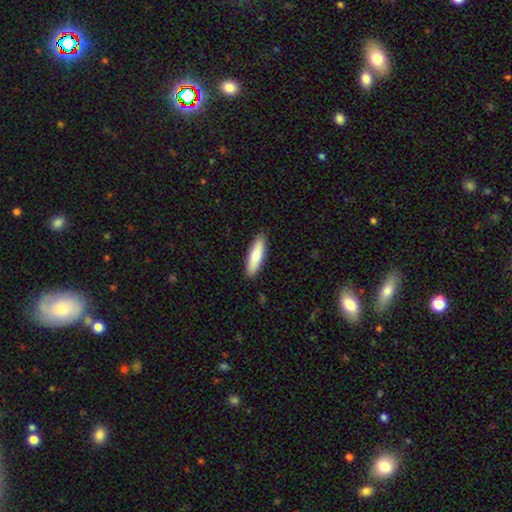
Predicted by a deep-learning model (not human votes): smooth-or-featured: smooth: 80% | featured or disk: 15% | star or artifact: 5%
  how-rounded: cigar-shaped: 62% | in between: 37% | round: 2%
  merging: none: 90% | minor disturbance: 8% | major disturbance: 1% | merger: 1%